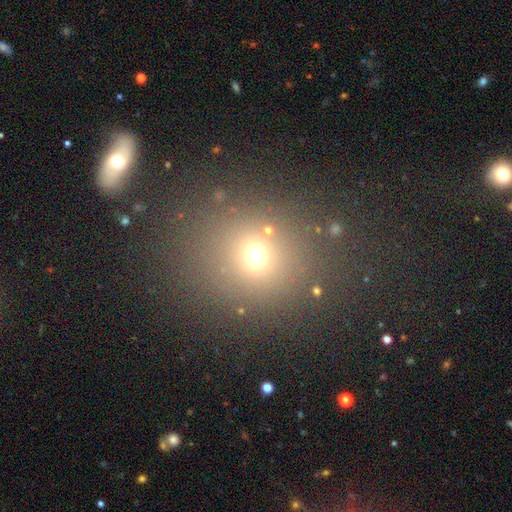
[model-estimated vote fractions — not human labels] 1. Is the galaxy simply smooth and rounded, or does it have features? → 65% smooth, 25% star or artifact, 10% featured or disk.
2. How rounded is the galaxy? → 82% round, 17% in between, 1% cigar-shaped.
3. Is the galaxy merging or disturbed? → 81% none, 9% minor disturbance, 5% major disturbance, 4% merger.